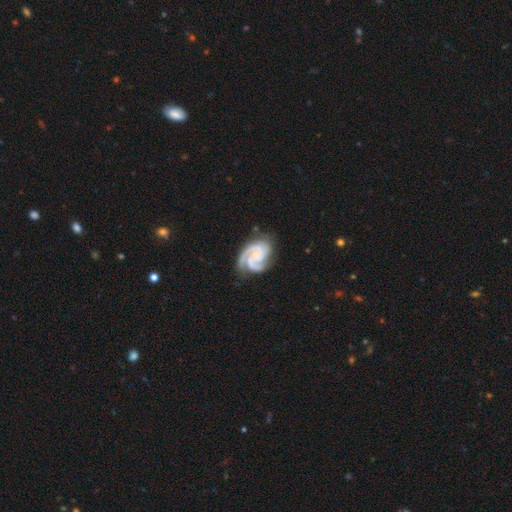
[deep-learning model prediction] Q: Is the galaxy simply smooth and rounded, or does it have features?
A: featured or disk — 92%.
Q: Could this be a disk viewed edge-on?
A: no — 98%.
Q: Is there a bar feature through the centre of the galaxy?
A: no — 65%.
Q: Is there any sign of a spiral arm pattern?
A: yes — 99%.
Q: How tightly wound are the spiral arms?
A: tight — 61%.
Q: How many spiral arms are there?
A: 3 — 61%.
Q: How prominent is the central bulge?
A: small — 63%.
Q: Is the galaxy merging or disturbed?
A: none — 72%.